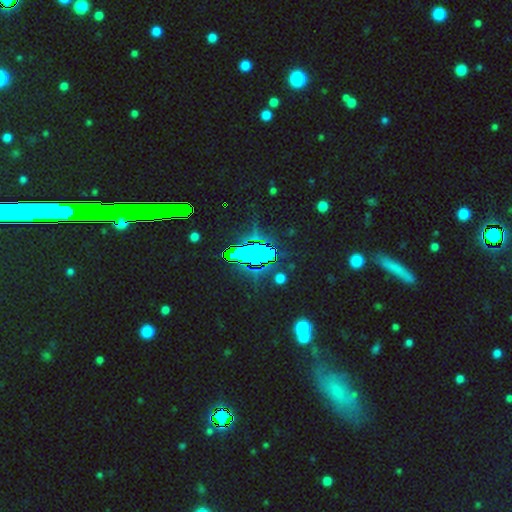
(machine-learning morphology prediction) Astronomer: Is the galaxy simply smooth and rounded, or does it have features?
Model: star or artifact — 73%.